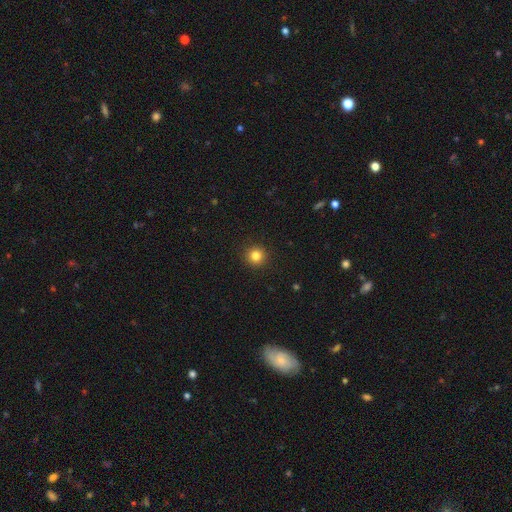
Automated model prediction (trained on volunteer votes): Overall: smooth (83%). How rounded: round (95%). Merging: none (93%).